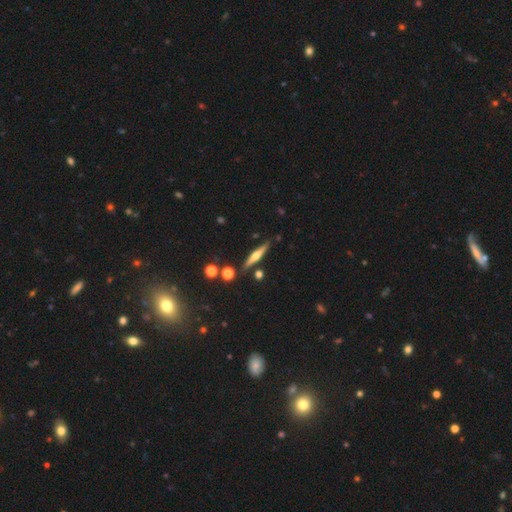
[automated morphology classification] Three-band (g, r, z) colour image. It shows a featured or disk galaxy (65%) viewed edge-on (97%) with a rounded central bulge (88%). Merging: none (85%).